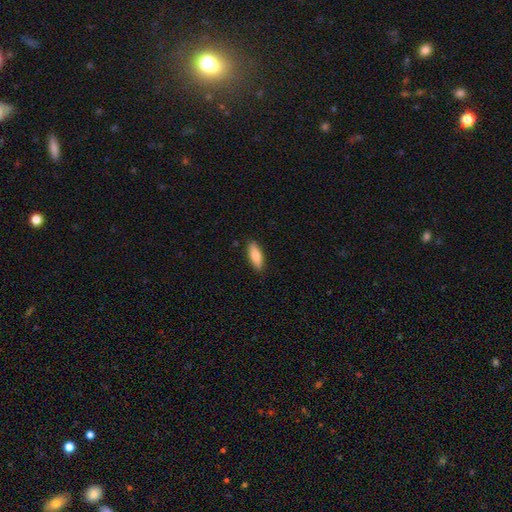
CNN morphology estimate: This is clearly a smooth galaxy (82%). How rounded: likely in between (66%). Merging: clearly none (88%).